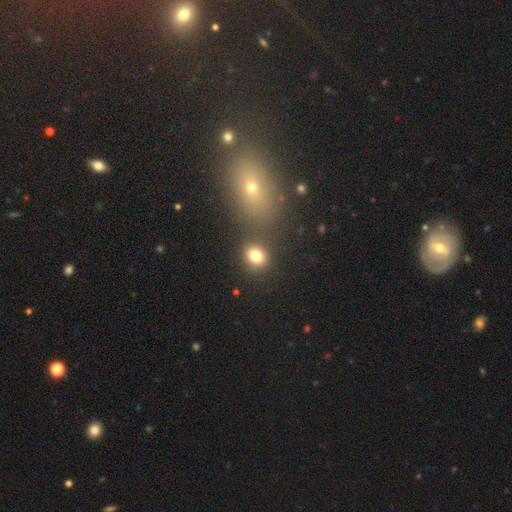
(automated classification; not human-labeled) This appears to be a smooth galaxy with no disk features (78%) that is round (62%). Merging: none (74%).